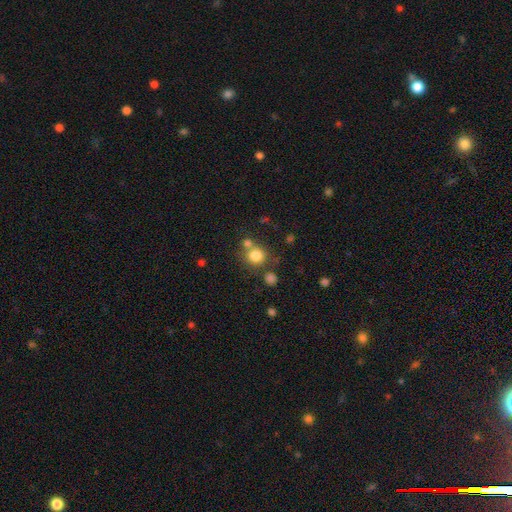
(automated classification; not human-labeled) Smooth or featured: smooth — 80% (star or artifact — 12%)
How rounded: round — 89% (in between — 10%)
Merging: none — 63% (merger — 22%)